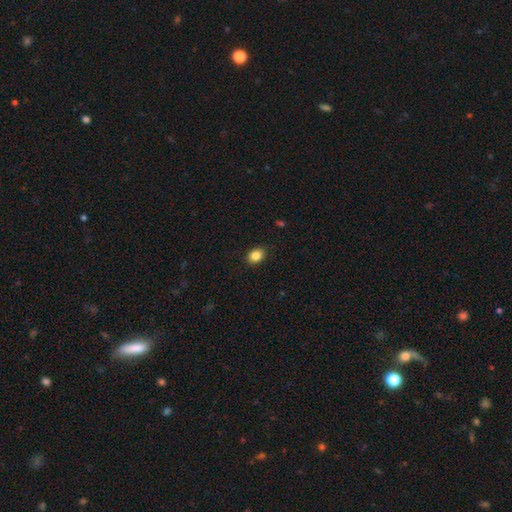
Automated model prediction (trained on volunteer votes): smooth-or-featured: smooth: 85% | star or artifact: 10% | featured or disk: 5%
  how-rounded: in between: 61% | round: 38% | cigar-shaped: 1%
  merging: none: 89% | minor disturbance: 8% | major disturbance: 2% | merger: 1%